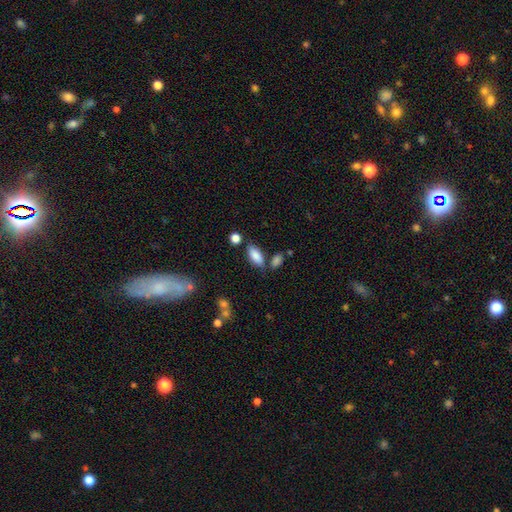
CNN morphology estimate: Smooth or featured? smooth (84%)
How rounded? in between (83%)
Merging? none (70%)